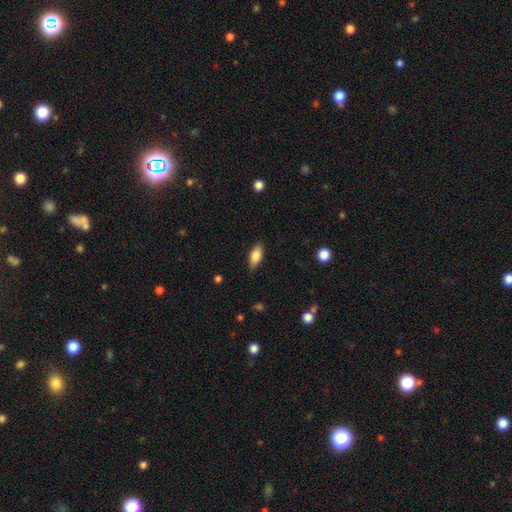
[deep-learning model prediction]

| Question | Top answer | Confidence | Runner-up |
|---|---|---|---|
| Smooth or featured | smooth | 82% | featured or disk (11%) |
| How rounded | in between | 86% | cigar-shaped (11%) |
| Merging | none | 86% | minor disturbance (11%) |